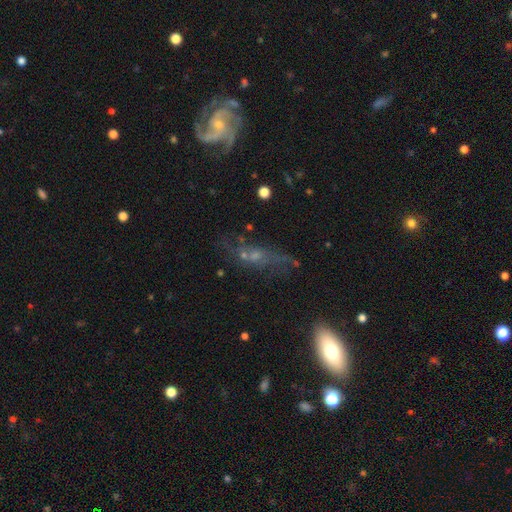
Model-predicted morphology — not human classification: This is possibly a featured or disk galaxy (49%). Merging: possibly none (47%).